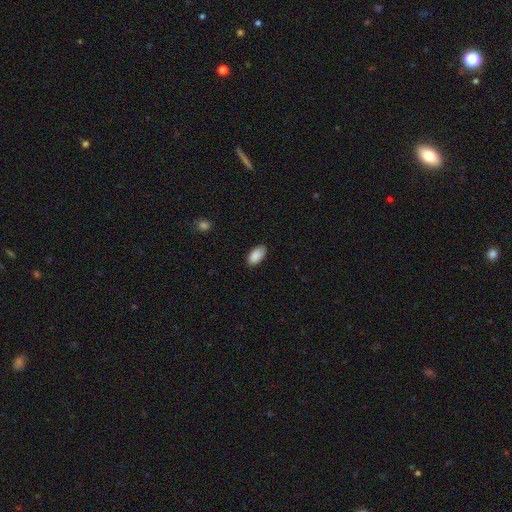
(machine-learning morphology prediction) A smooth galaxy with no disk features (89%) that is in between round and cigar-shaped (95%). Merging: none (82%).